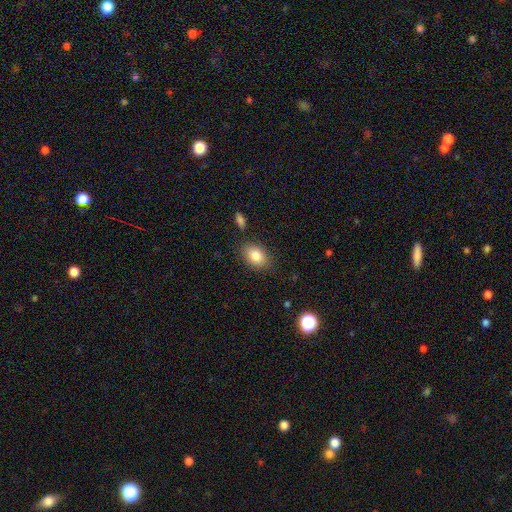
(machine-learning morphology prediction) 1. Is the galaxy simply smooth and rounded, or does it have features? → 84% smooth, 8% featured or disk, 8% star or artifact.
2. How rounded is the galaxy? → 81% in between, 17% round, 1% cigar-shaped.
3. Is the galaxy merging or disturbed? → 80% none, 13% minor disturbance, 3% major disturbance, 3% merger.